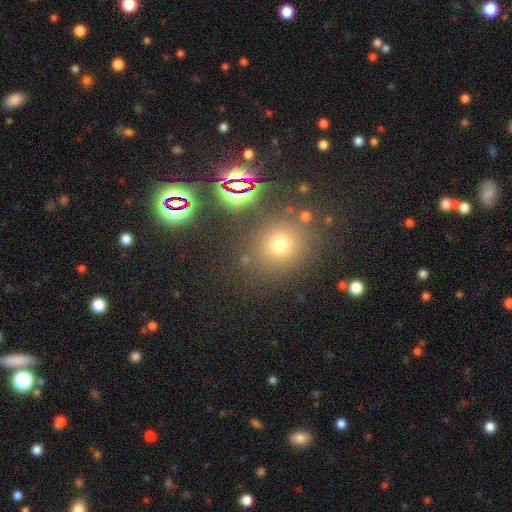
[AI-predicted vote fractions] Smooth or featured?
  - smooth: 45% * (tied)
  - star or artifact: 45% * (tied)
  - featured or disk: 10%
Merging?
  - none: 83% *
  - minor disturbance: 8%
  - merger: 5%
  - major disturbance: 4%